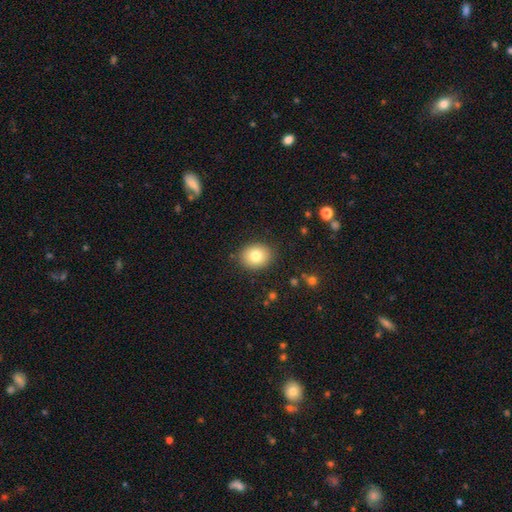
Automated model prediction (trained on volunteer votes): Smooth or featured: smooth — 80% (featured or disk — 10%)
How rounded: round — 58% (in between — 41%)
Merging: none — 88% (minor disturbance — 9%)